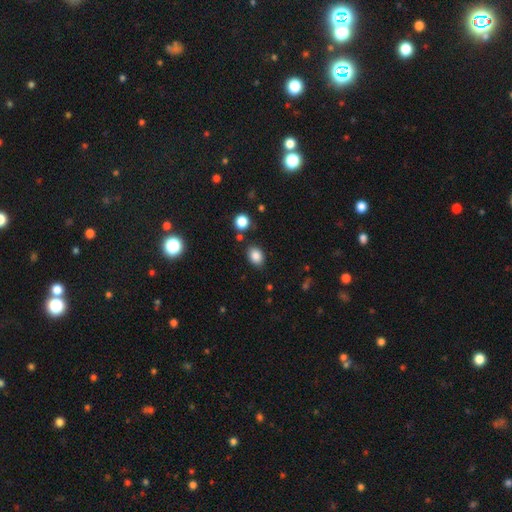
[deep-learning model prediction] Smooth or featured?
  - smooth: 85% *
  - star or artifact: 10%
  - featured or disk: 5%
How rounded?
  - in between: 71% *
  - round: 28%
  - cigar-shaped: 1%
Merging?
  - none: 81% *
  - minor disturbance: 11%
  - merger: 4%
  - major disturbance: 3%